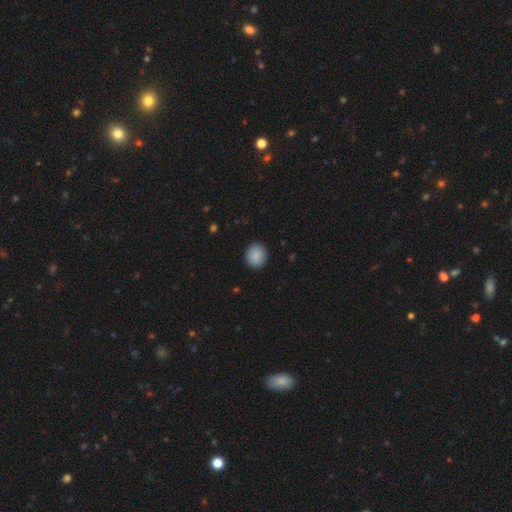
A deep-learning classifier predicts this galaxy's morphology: smooth_or_featured: smooth (p=0.89) [alt: star or artifact p=0.07]
how_rounded: round (p=0.78) [alt: in between p=0.21]
merging: none (p=0.90) [alt: minor disturbance p=0.07]